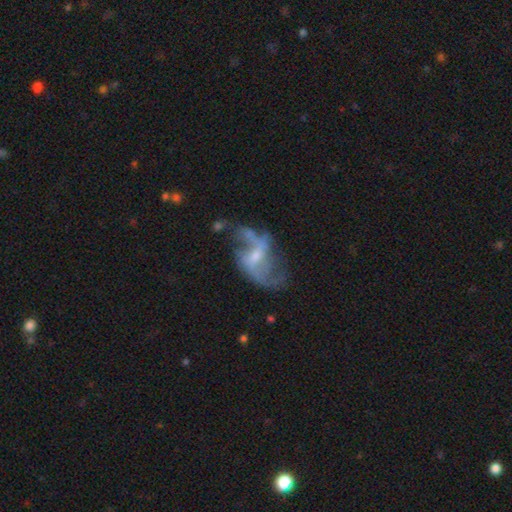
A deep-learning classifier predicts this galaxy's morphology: Smooth or featured? featured or disk (82%)
Edge-on disk? no (97%)
Bar? weak (51%)
Spiral arms? yes (87%)
Spiral winding? loose (75%)
Spiral arm count? 2 (82%)
Bulge size? small (50%)
Merging? none (48%)